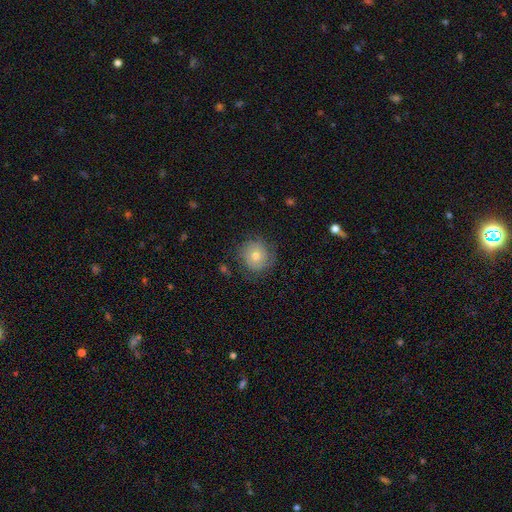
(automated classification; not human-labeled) The model was most divided on "smooth or featured": smooth: 56%, featured or disk: 35%, star or artifact: 9%. More confident: how rounded — round (90%); merging — none (73%).